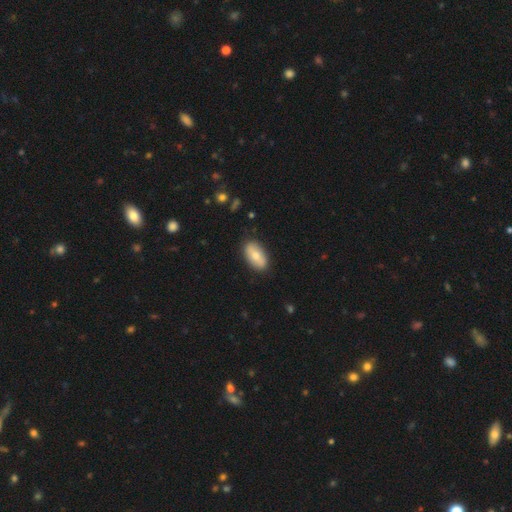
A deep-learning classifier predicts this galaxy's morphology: smooth 69%, featured or disk 26%, star or artifact 6%. Down the decision tree: how rounded — in between (92%); merging — none (86%).